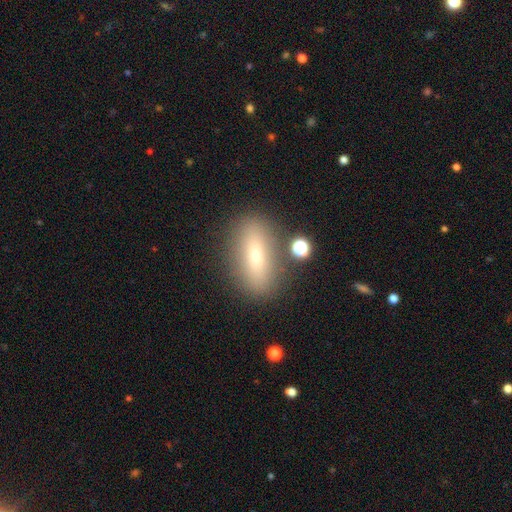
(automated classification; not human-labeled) smooth_or_featured: smooth (p=0.65) [alt: featured or disk p=0.25]
how_rounded: in between (p=0.68) [alt: cigar-shaped p=0.26]
merging: none (p=0.80) [alt: minor disturbance p=0.11]